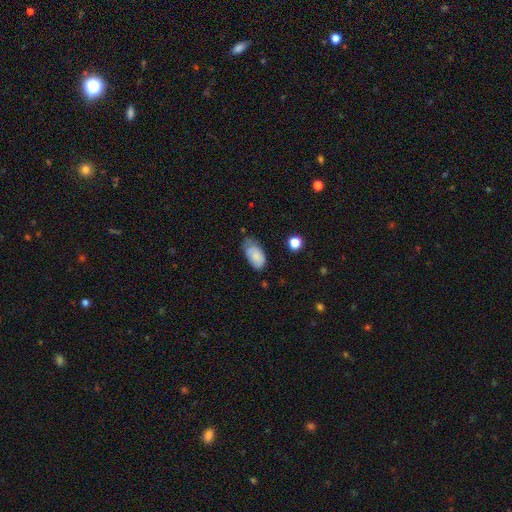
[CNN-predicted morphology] This appears to be a smooth galaxy with no disk features (82%) that is in between round and cigar-shaped (94%). Merging: none (49%).